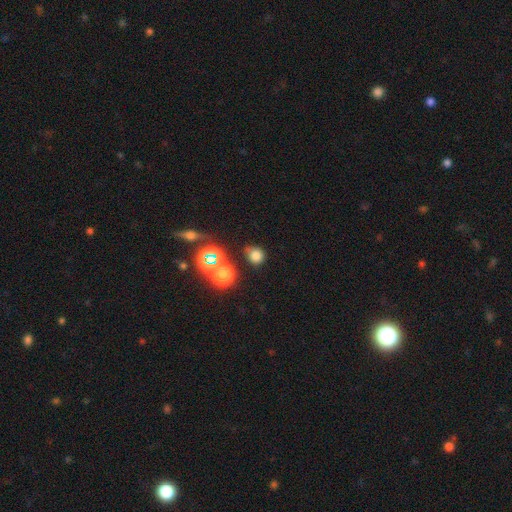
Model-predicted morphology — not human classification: Smooth or featured: smooth — 72% (star or artifact — 21%)
How rounded: round — 72% (in between — 27%)
Merging: none — 72% (minor disturbance — 16%)